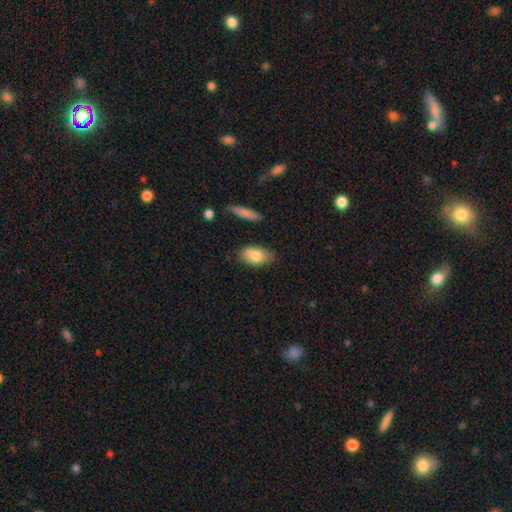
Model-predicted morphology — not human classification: Smooth or featured?
  - smooth: 80% *
  - featured or disk: 13%
  - star or artifact: 6%
How rounded?
  - in between: 90% *
  - round: 6%
  - cigar-shaped: 3%
Merging?
  - none: 74% *
  - minor disturbance: 20%
  - major disturbance: 4%
  - merger: 3%